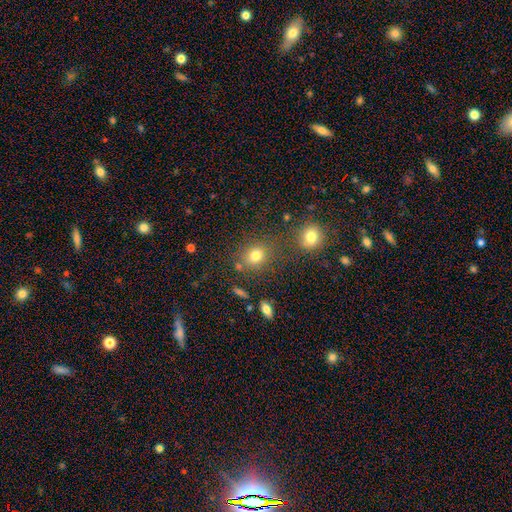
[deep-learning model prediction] smooth 76%, star or artifact 15%, featured or disk 9%. Down the decision tree: how rounded — round (60%); merging — none (70%).